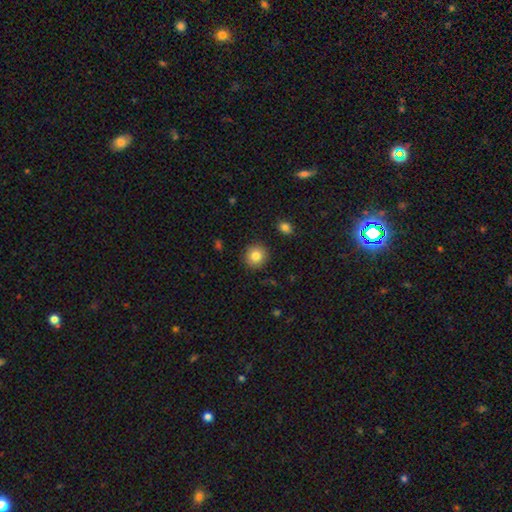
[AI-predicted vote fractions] A smooth galaxy with no disk features (82%) that is round (93%).

Vote fractions:
- Smooth or featured? smooth: 82% / star or artifact: 9% / featured or disk: 8%
- How rounded? round: 93% / in between: 6% / cigar-shaped: 1%
- Merging? none: 91% / minor disturbance: 6% / major disturbance: 2% / merger: 1%